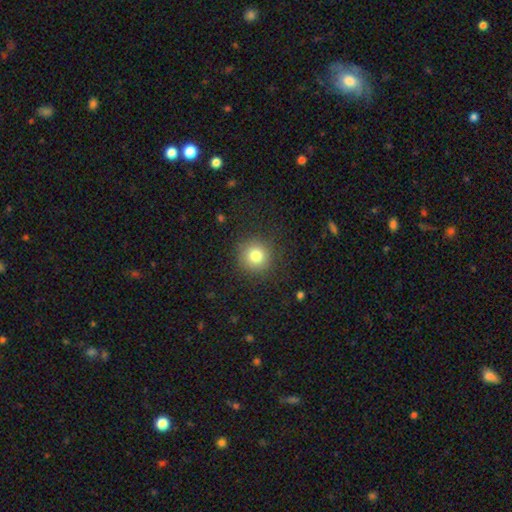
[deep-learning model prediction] smooth 81%, star or artifact 12%, featured or disk 7%. Down the decision tree: how rounded — round (94%); merging — none (88%).